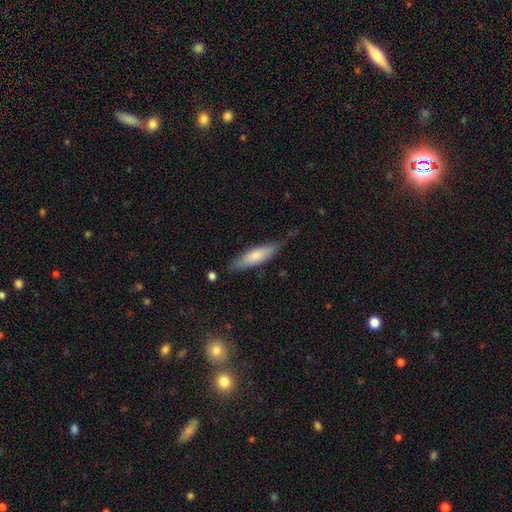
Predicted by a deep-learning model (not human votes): Q: Smooth or featured?
A: smooth (75%); runner-up: featured or disk (19%)
Q: How rounded?
A: cigar-shaped (62%); runner-up: in between (37%)
Q: Merging?
A: none (73%); runner-up: minor disturbance (20%)